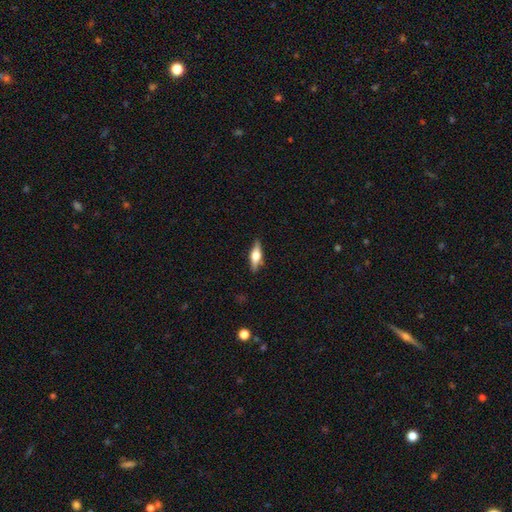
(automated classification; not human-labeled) smooth-or-featured: featured or disk: 52% | smooth: 41% | star or artifact: 7%
  disk-edge-on: yes: 93% | no: 7%
  merging: none: 86% | minor disturbance: 11% | major disturbance: 2% | merger: 1%